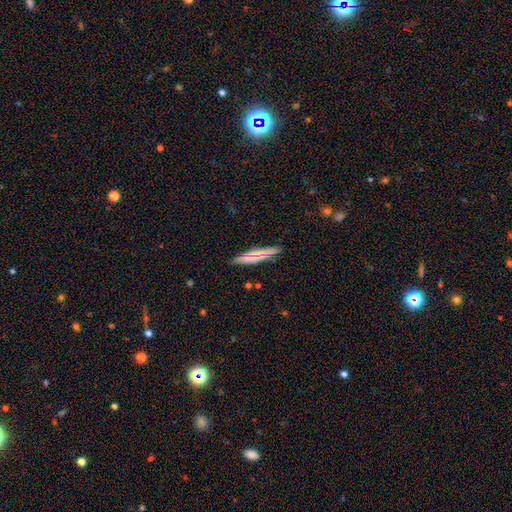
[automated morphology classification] A smooth galaxy with no disk features (64%) that is cigar-shaped (89%). Merging: none (85%).